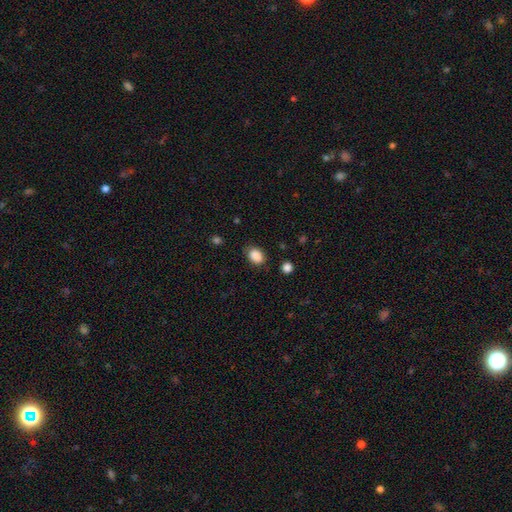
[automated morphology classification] Q: Smooth or featured?
A: smooth (88%); runner-up: star or artifact (8%)
Q: How rounded?
A: in between (71%); runner-up: round (28%)
Q: Merging?
A: none (76%); runner-up: minor disturbance (18%)